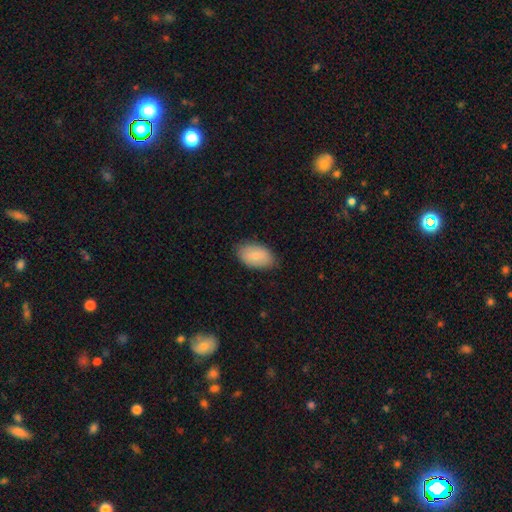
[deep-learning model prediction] Smooth or featured?
  - smooth: 80% *
  - featured or disk: 14%
  - star or artifact: 6%
How rounded?
  - in between: 93% *
  - round: 6%
  - cigar-shaped: 1%
Merging?
  - none: 81% *
  - minor disturbance: 15%
  - major disturbance: 3%
  - merger: 1%